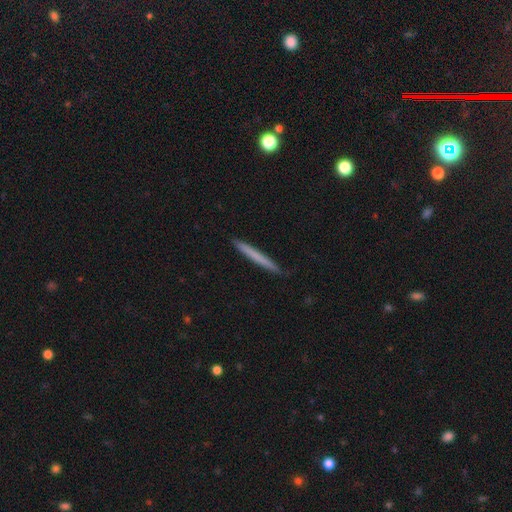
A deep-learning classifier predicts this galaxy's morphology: Q: Smooth or featured?
A: smooth (66%); runner-up: featured or disk (29%)
Q: How rounded?
A: cigar-shaped (97%); runner-up: in between (2%)
Q: Merging?
A: none (90%); runner-up: minor disturbance (7%)